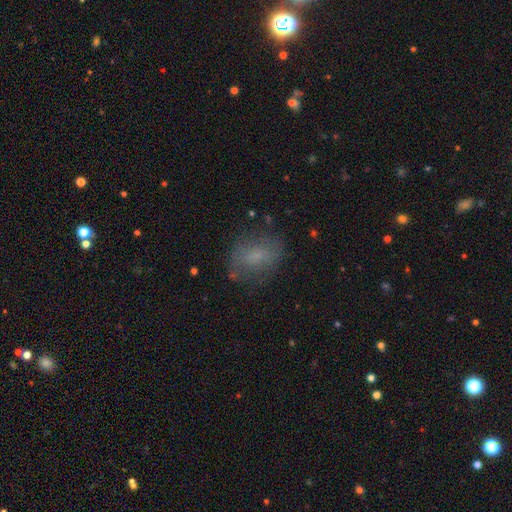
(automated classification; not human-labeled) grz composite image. It shows a smooth galaxy with no disk features (62%) that is in between round and cigar-shaped (66%). Merging: none (70%).